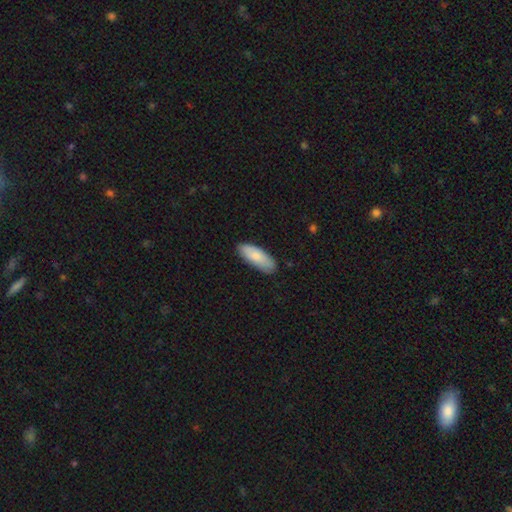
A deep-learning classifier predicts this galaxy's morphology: Overall: smooth (82%). How rounded: in between (73%). Merging: none (83%).